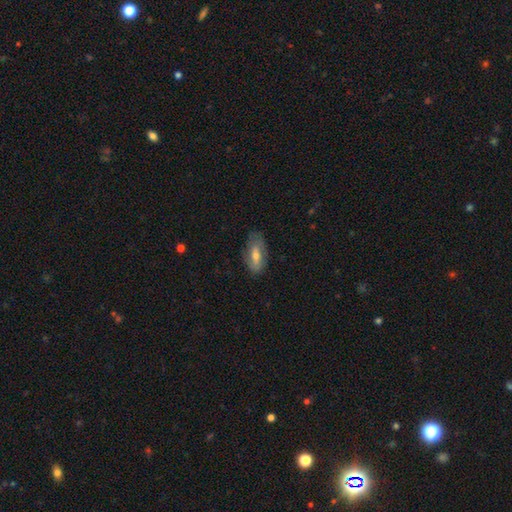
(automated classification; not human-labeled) Smooth or featured: smooth — 46% (featured or disk — 45%)
Merging: none — 72% (minor disturbance — 21%)